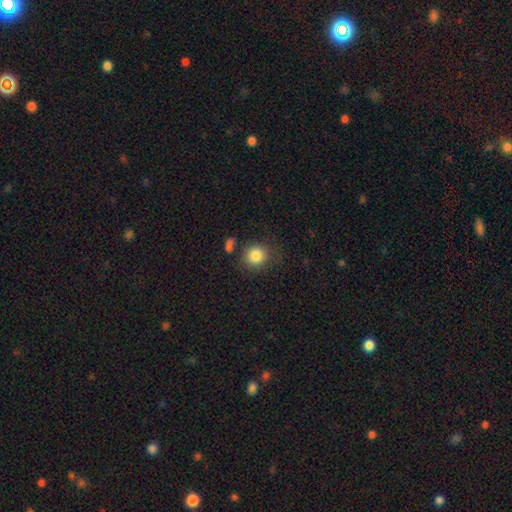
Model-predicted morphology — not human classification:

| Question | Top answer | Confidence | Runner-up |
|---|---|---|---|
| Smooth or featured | smooth | 85% | star or artifact (9%) |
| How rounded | round | 86% | in between (14%) |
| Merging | none | 75% | minor disturbance (14%) |